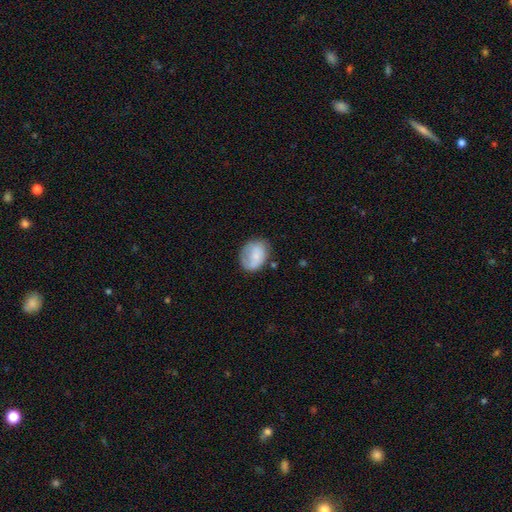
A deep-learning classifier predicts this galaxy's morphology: Overall: smooth (69%). How rounded: in between (56%; round 43%). Merging: none (57%; minor disturbance 28%).